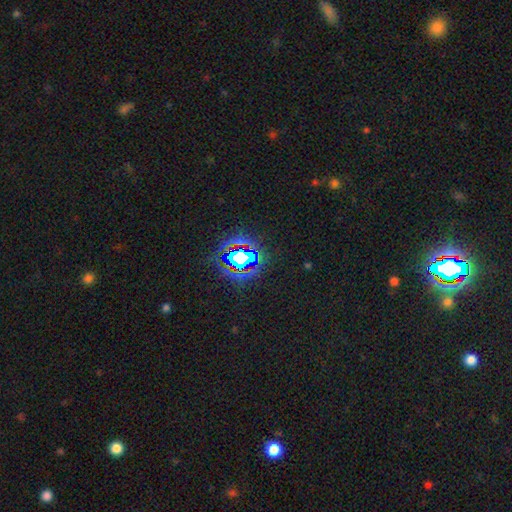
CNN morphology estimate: type=star or artifact (79%).